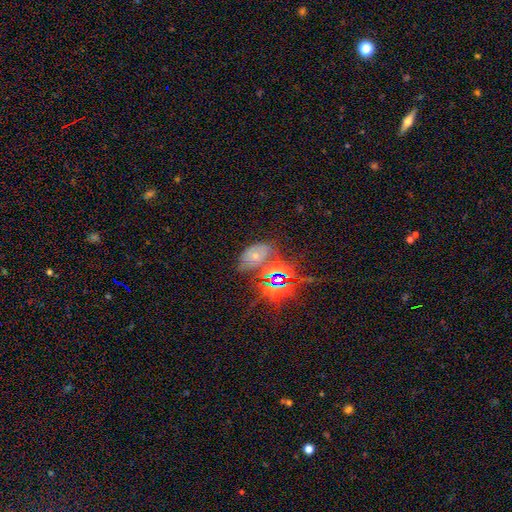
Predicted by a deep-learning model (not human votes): Morphology: type=star or artifact (38%).